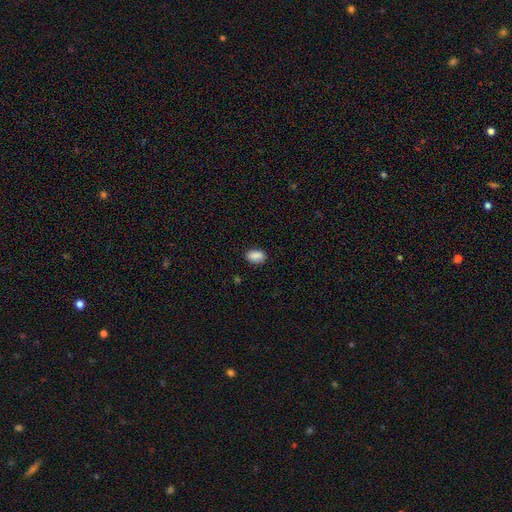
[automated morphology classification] smooth-or-featured: smooth: 89% | star or artifact: 8% | featured or disk: 4%
  how-rounded: in between: 89% | round: 9% | cigar-shaped: 2%
  merging: none: 86% | minor disturbance: 10% | major disturbance: 2% | merger: 1%